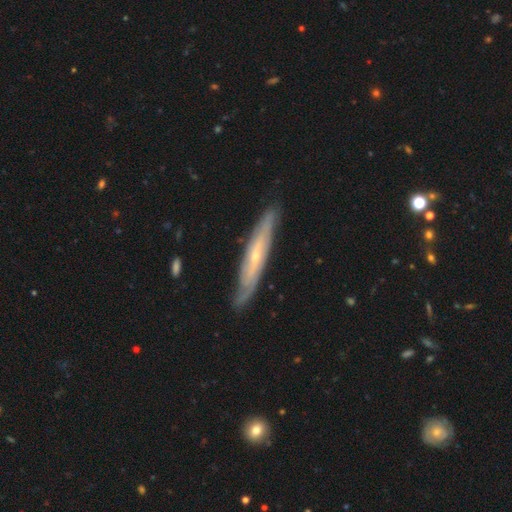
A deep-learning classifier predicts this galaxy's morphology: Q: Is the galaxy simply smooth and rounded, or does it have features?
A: featured or disk — 69%.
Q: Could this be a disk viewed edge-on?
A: yes — 65%.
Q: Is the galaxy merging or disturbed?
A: none — 83%.